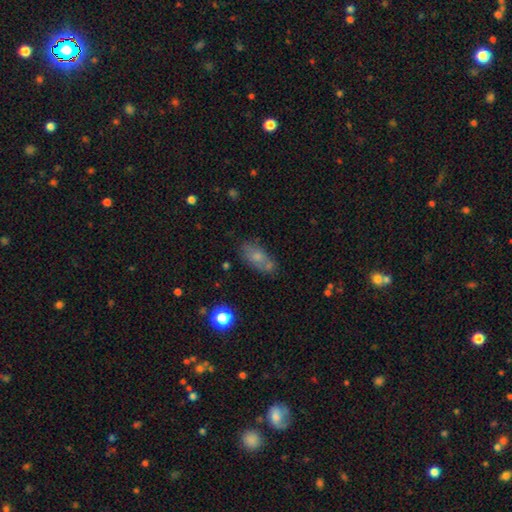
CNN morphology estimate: Smooth or featured? Predicted: smooth (p=0.59). How rounded? Predicted: in between (p=0.78). Merging? Predicted: none (p=0.63).